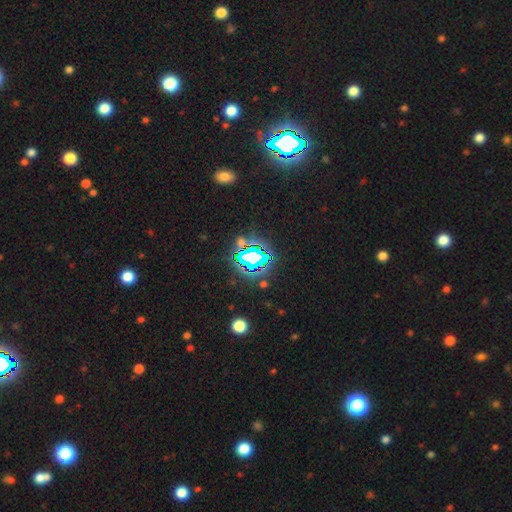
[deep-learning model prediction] Overall: star or artifact (81%).